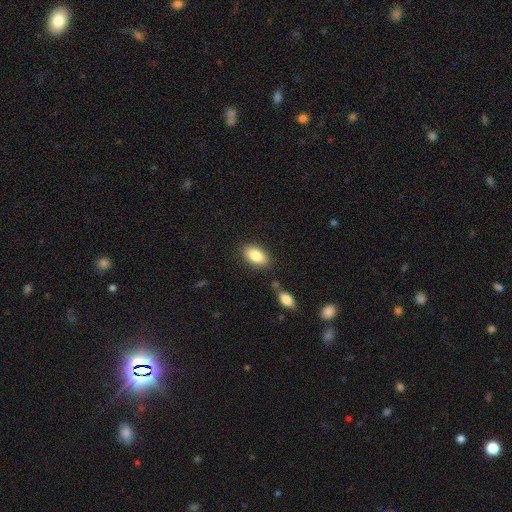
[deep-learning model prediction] smooth 85%, featured or disk 8%, star or artifact 7%. Down the decision tree: how rounded — in between (92%); merging — none (83%).